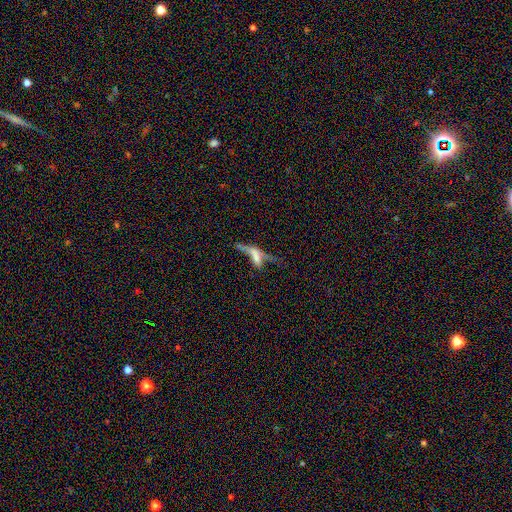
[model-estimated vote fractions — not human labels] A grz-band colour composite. It shows a featured or disk galaxy (47%). Merging: major disturbance (34%).